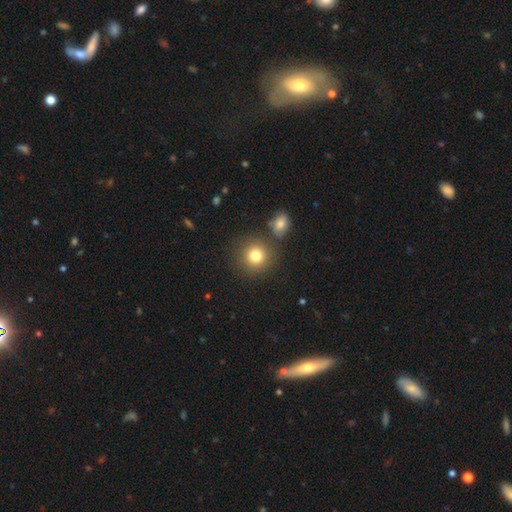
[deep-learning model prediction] A smooth galaxy with no disk features (80%) that is round (91%).

Vote fractions:
- Smooth or featured? smooth: 80% / star or artifact: 11% / featured or disk: 9%
- How rounded? round: 91% / in between: 8% / cigar-shaped: 1%
- Merging? none: 80% / merger: 9% / minor disturbance: 8% / major disturbance: 3%